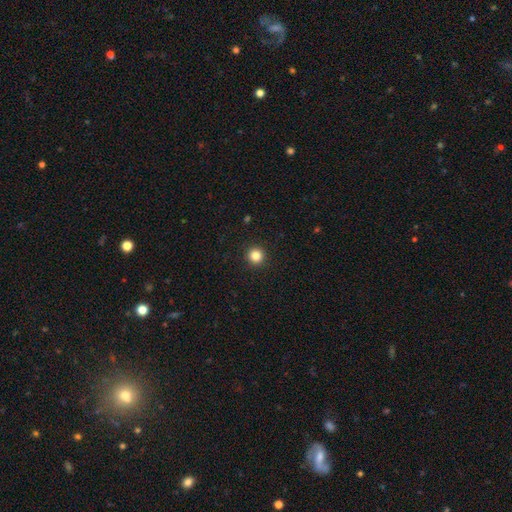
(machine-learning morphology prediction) Overall: smooth (84%). How rounded: round (96%). Merging: none (94%).